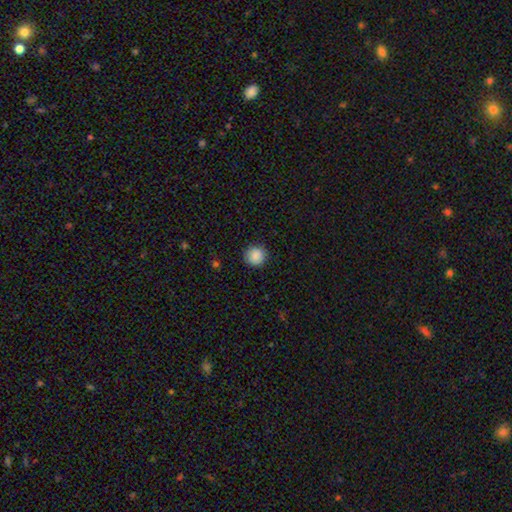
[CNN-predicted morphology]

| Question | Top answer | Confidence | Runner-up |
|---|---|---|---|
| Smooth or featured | smooth | 88% | star or artifact (9%) |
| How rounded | round | 94% | in between (5%) |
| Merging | none | 89% | minor disturbance (7%) |